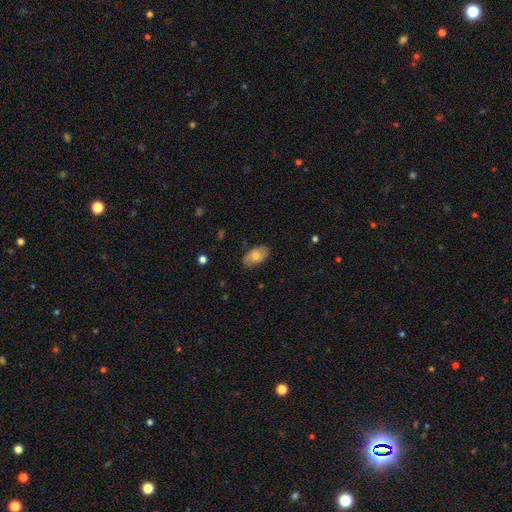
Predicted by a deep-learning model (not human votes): This appears to be a smooth galaxy with no disk features (65%) that is in between round and cigar-shaped (93%). Merging: none (79%).